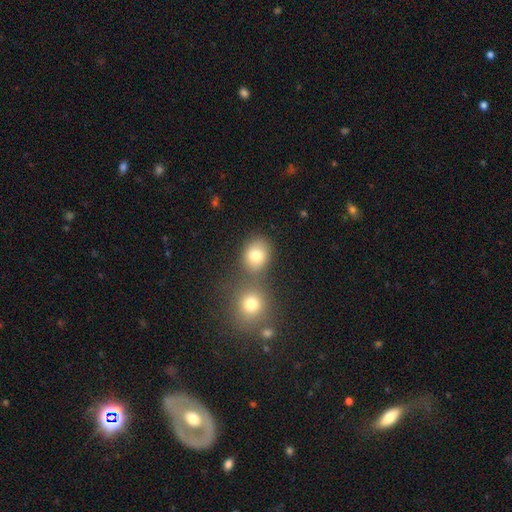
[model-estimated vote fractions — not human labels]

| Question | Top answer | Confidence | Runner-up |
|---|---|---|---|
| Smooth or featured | smooth | 79% | star or artifact (12%) |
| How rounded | round | 62% | in between (37%) |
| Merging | none | 63% | merger (23%) |